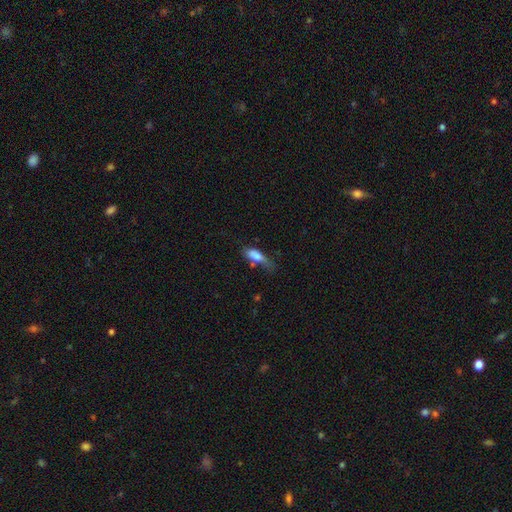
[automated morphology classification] Smooth or featured?
  - smooth: 74% *
  - featured or disk: 17%
  - star or artifact: 8%
How rounded?
  - in between: 65% *
  - cigar-shaped: 31%
  - round: 4%
Merging?
  - minor disturbance: 31% *
  - none: 30%
  - major disturbance: 27%
  - merger: 13%